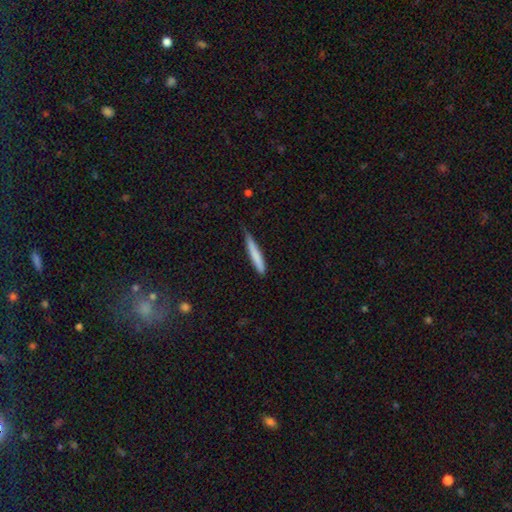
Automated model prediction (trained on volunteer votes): Smooth or featured? smooth (78%)
How rounded? cigar-shaped (94%)
Merging? none (67%)